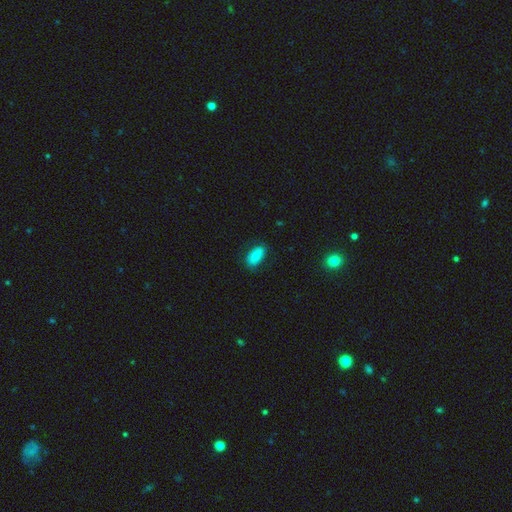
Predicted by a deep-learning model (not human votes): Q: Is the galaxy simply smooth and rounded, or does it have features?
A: smooth — 73%.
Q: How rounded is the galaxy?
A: in between — 92%.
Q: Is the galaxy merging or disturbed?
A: none — 78%.